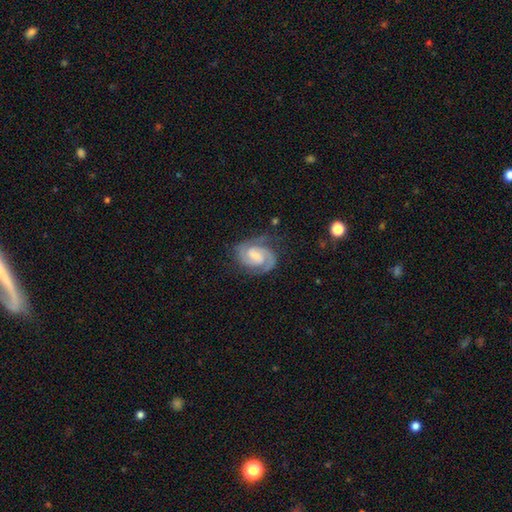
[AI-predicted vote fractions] This appears to be a featured or disk galaxy (89%) with a weak bar (54%), 2 (90%) tight (52%) spiral arms (98%) and a moderate central bulge (30%, tied with small). Merging: none (74%).